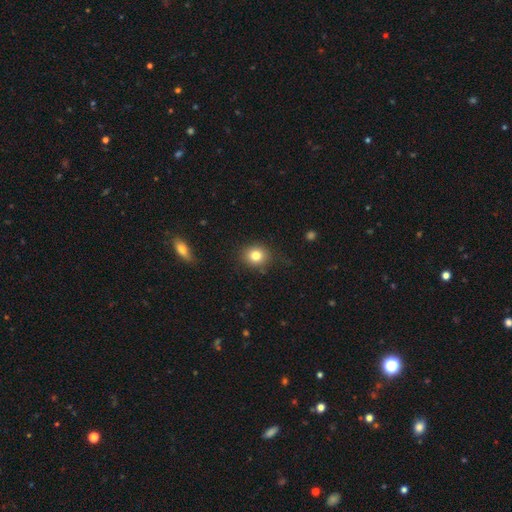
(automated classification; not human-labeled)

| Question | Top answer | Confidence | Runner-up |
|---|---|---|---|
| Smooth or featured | smooth | 81% | star or artifact (11%) |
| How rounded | round | 79% | in between (20%) |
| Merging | none | 84% | minor disturbance (11%) |